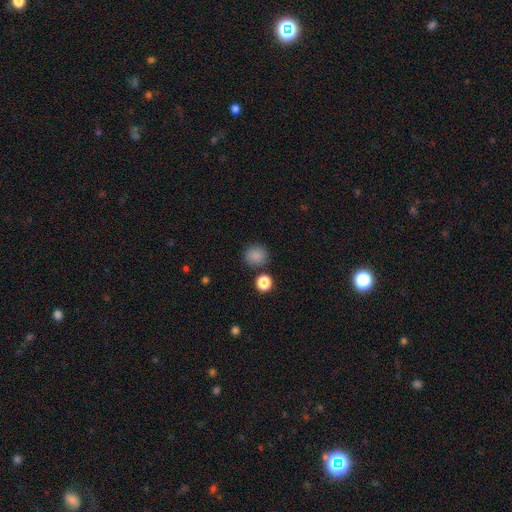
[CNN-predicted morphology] Smooth or featured: smooth — 86% (star or artifact — 11%)
How rounded: round — 86% (in between — 13%)
Merging: none — 82% (minor disturbance — 9%)